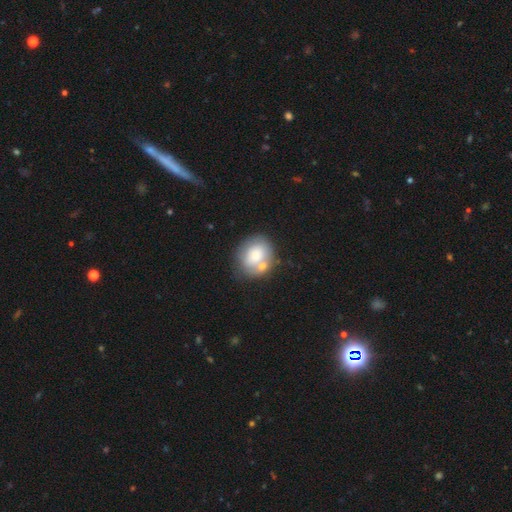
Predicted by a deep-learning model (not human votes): Smooth or featured? Predicted: smooth (p=0.72). How rounded? Predicted: round (p=0.72). Merging? Predicted: none (p=0.53).